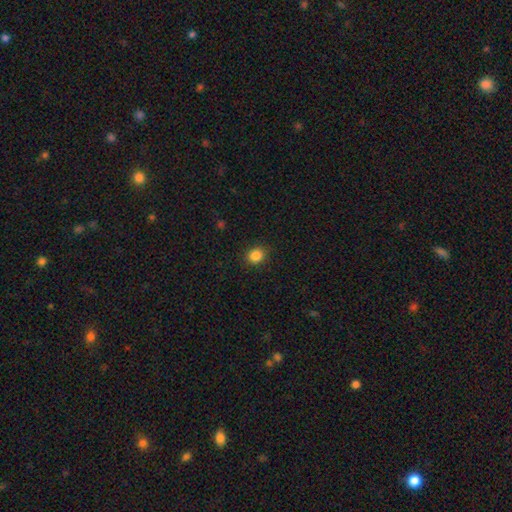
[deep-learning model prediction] smooth 86%, star or artifact 11%, featured or disk 3%. Down the decision tree: how rounded — round (74%); merging — none (89%).